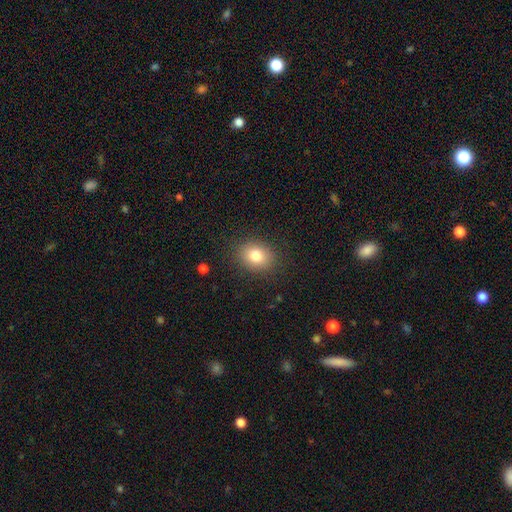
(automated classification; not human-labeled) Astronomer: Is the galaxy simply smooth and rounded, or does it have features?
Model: smooth — 80%.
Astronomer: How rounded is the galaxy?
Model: round — 50% (runner-up: in between, 49%).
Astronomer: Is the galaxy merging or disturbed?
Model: none — 87%.